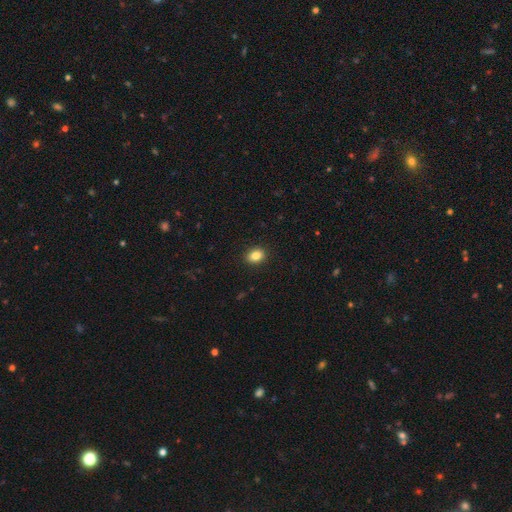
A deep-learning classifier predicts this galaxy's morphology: Smooth or featured?
  - smooth: 85% *
  - star or artifact: 9%
  - featured or disk: 5%
How rounded?
  - in between: 64% *
  - round: 35%
  - cigar-shaped: 1%
Merging?
  - none: 90% *
  - minor disturbance: 7%
  - major disturbance: 2%
  - merger: 1%